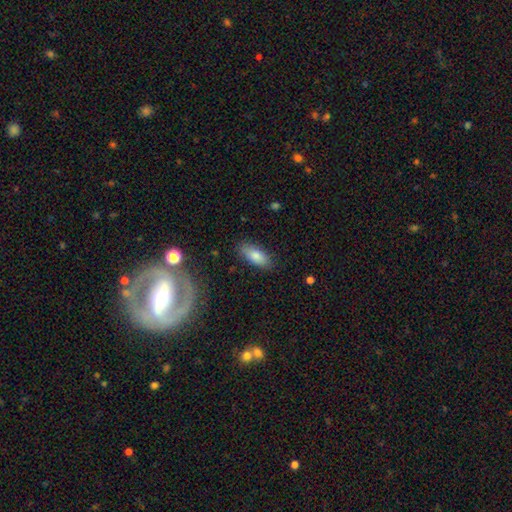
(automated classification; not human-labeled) Q: Smooth or featured?
A: smooth (81%); runner-up: featured or disk (12%)
Q: How rounded?
A: in between (82%); runner-up: cigar-shaped (15%)
Q: Merging?
A: none (84%); runner-up: minor disturbance (11%)